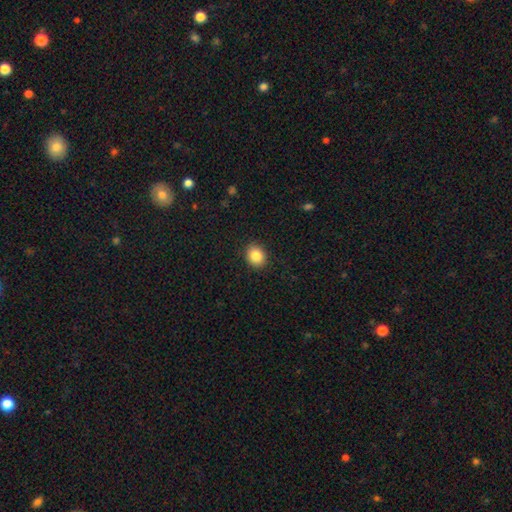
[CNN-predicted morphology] The model was most divided on "how rounded": round: 61%, in between: 38%, cigar-shaped: 1%. More confident: merging — none (90%); smooth or featured — smooth (85%).